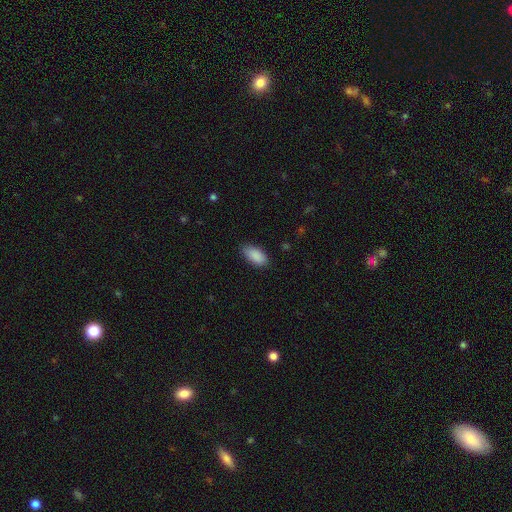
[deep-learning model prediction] smooth-or-featured: smooth: 90% | star or artifact: 6% | featured or disk: 4%
  how-rounded: in between: 92% | cigar-shaped: 5% | round: 2%
  merging: none: 82% | minor disturbance: 14% | major disturbance: 3% | merger: 1%